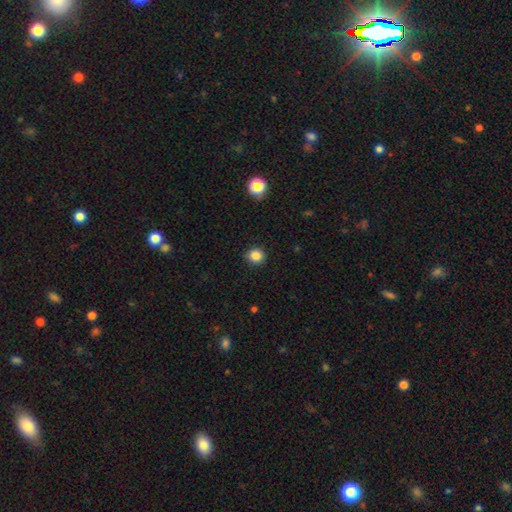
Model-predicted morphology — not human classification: The model was most divided on "smooth or featured": smooth: 85%, star or artifact: 11%, featured or disk: 4%. More confident: merging — none (89%); how rounded — round (88%).